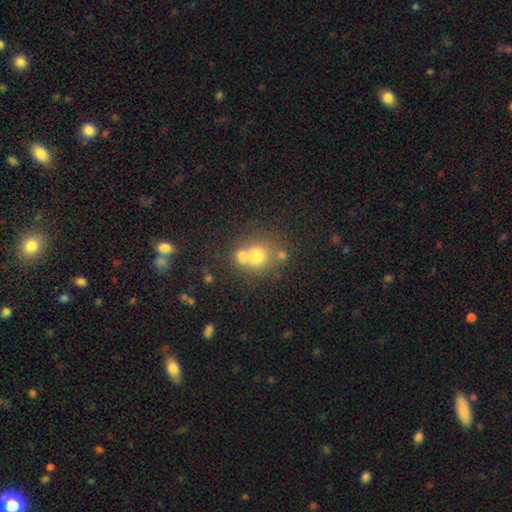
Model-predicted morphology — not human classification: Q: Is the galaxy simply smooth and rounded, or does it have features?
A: smooth — 69%.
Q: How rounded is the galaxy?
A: round — 79%.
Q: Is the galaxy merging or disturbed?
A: none — 48%.